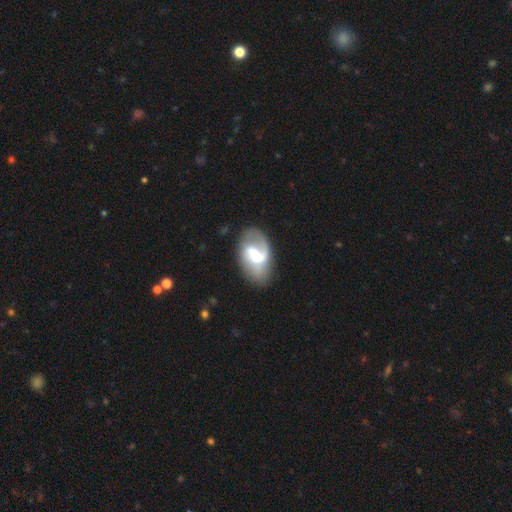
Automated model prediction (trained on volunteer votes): Morphology: type=featured or disk (66%); edge-on=no (97%); bar=weak (46%); spiral arms=yes (84%); winding=loose (45%); arm count=2 (49%); bulge=moderate (29%); merging=none (53%).